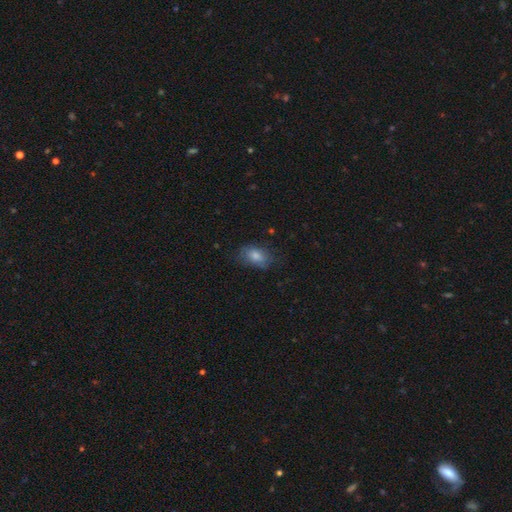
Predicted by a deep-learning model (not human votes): Smooth or featured? Predicted: smooth (p=0.78). How rounded? Predicted: in between (p=0.86). Merging? Predicted: none (p=0.66).